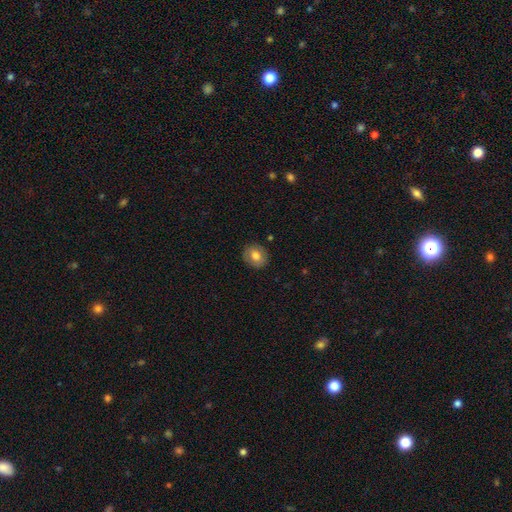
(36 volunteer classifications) Morphology: type=smooth (67%); roundness=round (92%); merging=none (83%).